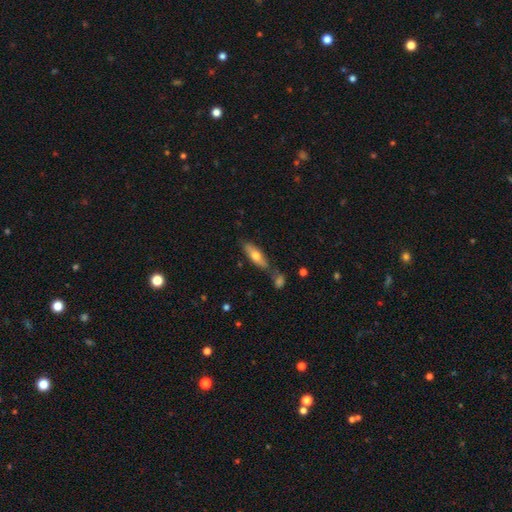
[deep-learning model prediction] Smooth or featured: smooth — 64% (featured or disk — 30%)
How rounded: in between — 52% (cigar-shaped — 45%)
Merging: none — 61% (minor disturbance — 17%)